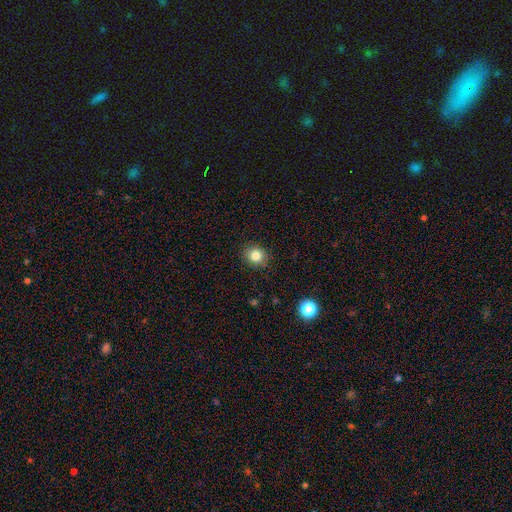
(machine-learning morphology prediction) This appears to be a smooth galaxy with no disk features (82%) that is round (78%). Merging: none (89%).